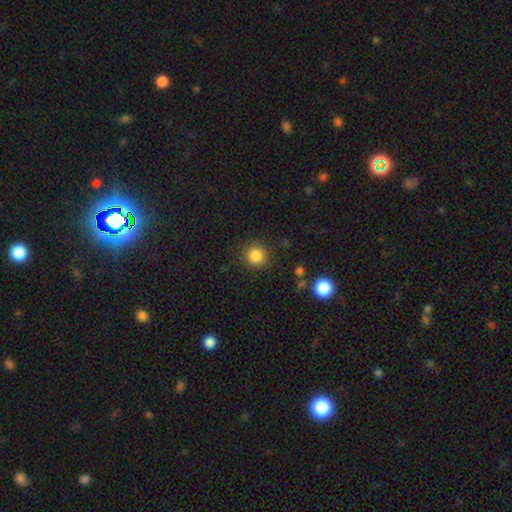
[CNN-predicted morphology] A smooth galaxy with no disk features (85%) that is round (93%). Merging: none (88%).